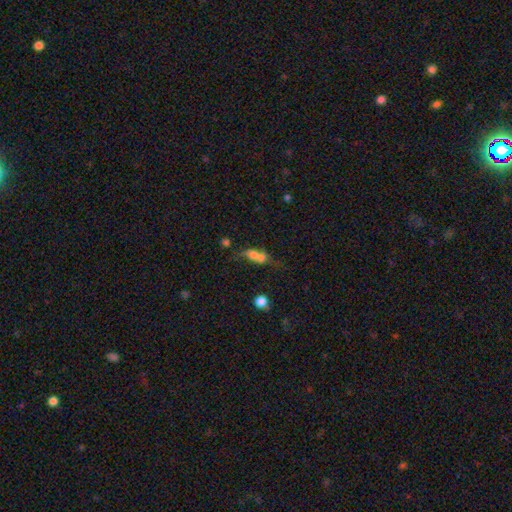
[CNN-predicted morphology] Overall: smooth (62%; featured or disk 25%). How rounded: round (47%; in between 45%). Merging: merger (67%).